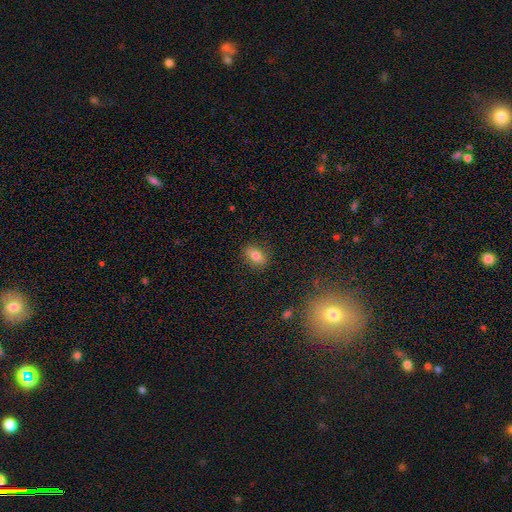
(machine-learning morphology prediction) smooth 78%, featured or disk 11%, star or artifact 11%. Down the decision tree: how rounded — in between (76%); merging — none (86%).